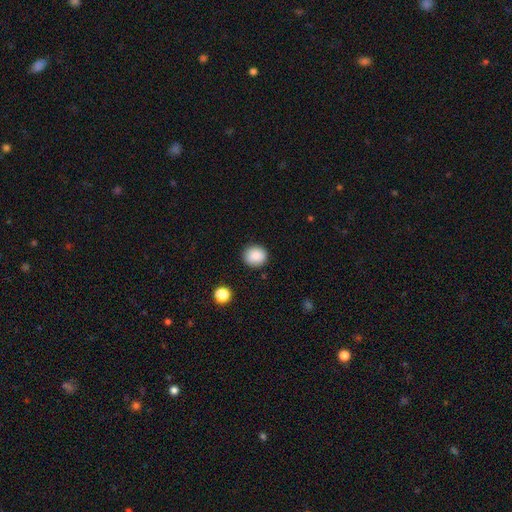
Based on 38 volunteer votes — This appears to be a smooth galaxy with no disk features (92%) that is round (89%). Merging: none (94%).